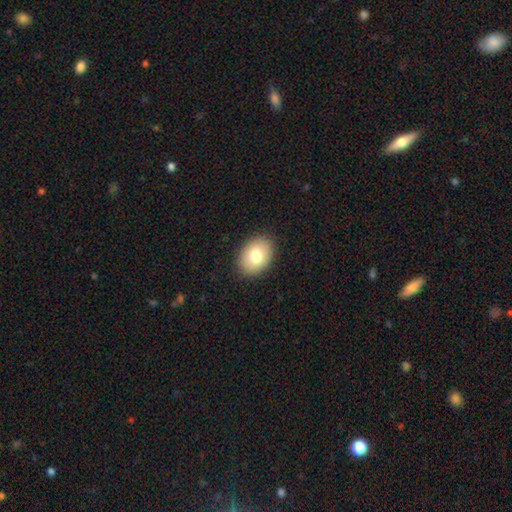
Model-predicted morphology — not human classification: Smooth or featured? Predicted: smooth (p=0.78). How rounded? Predicted: in between (p=0.73). Merging? Predicted: none (p=0.89).